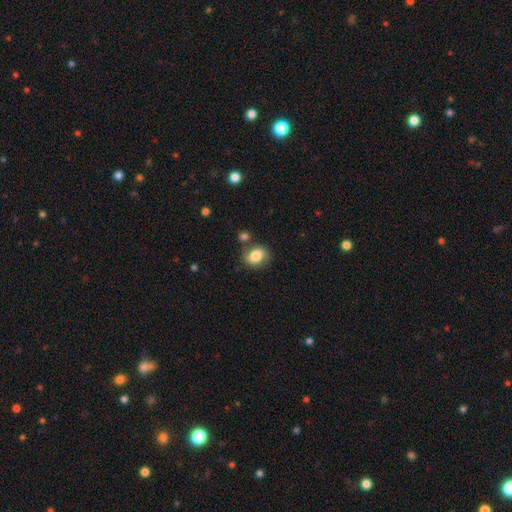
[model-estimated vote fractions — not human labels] Morphology: type=smooth (79%); roundness=in between (59%); merging=none (68%).